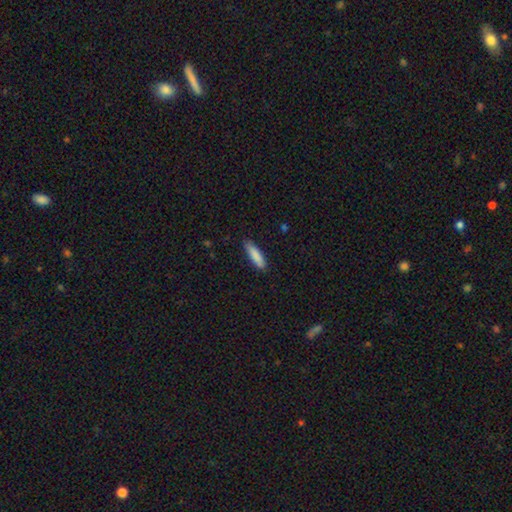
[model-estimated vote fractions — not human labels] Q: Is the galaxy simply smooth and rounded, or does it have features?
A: smooth — 86%.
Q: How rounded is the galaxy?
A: cigar-shaped — 71%.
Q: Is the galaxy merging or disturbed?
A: none — 85%.